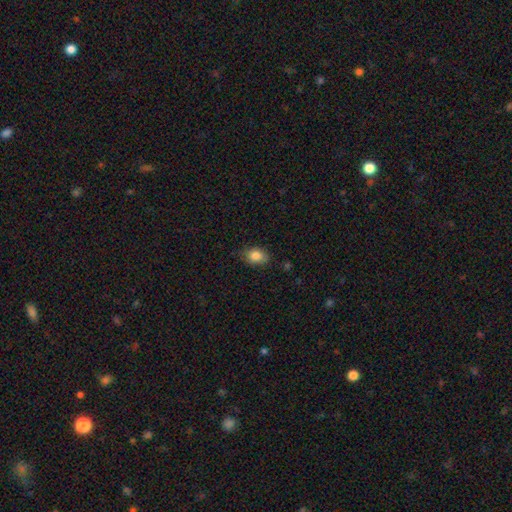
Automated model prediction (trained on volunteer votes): This is clearly a smooth galaxy (85%). How rounded: likely in between (75%). Merging: likely none (77%).